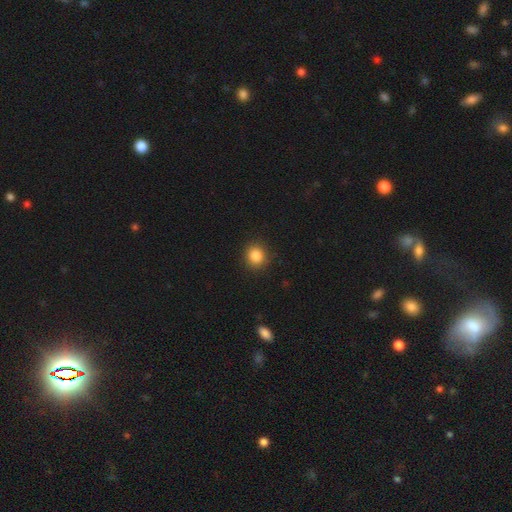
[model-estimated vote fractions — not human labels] This is clearly a smooth galaxy (86%). How rounded: clearly round (86%). Merging: clearly none (90%).